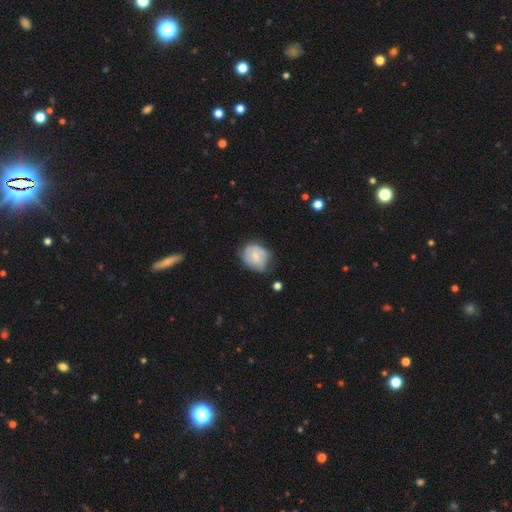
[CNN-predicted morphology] Smooth or featured?
  - smooth: 59% *
  - featured or disk: 34%
  - star or artifact: 7%
How rounded?
  - round: 54% *
  - in between: 45%
  - cigar-shaped: 1%
Merging?
  - none: 50% *
  - minor disturbance: 37%
  - major disturbance: 11%
  - merger: 2%